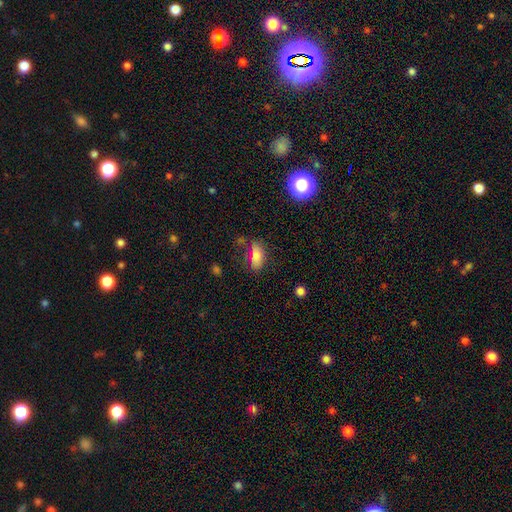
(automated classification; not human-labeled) This is likely a smooth galaxy (77%). How rounded: clearly in between (86%). Merging: likely none (62%).